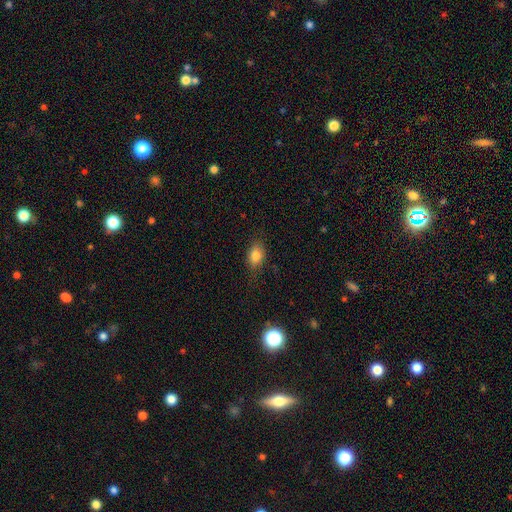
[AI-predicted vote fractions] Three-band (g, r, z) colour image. It shows a smooth galaxy with no disk features (80%) that is in between round and cigar-shaped (76%). Merging: none (77%).